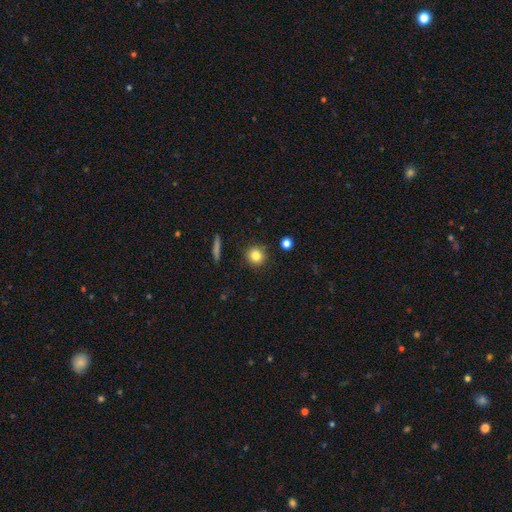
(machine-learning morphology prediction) smooth 82%, star or artifact 11%, featured or disk 7%. Down the decision tree: how rounded — round (92%); merging — none (89%).